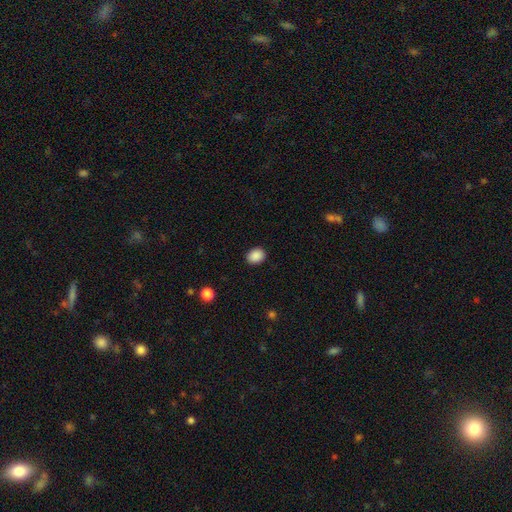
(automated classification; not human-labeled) This appears to be a smooth galaxy with no disk features (89%) that is in between round and cigar-shaped (53%). Merging: none (89%).